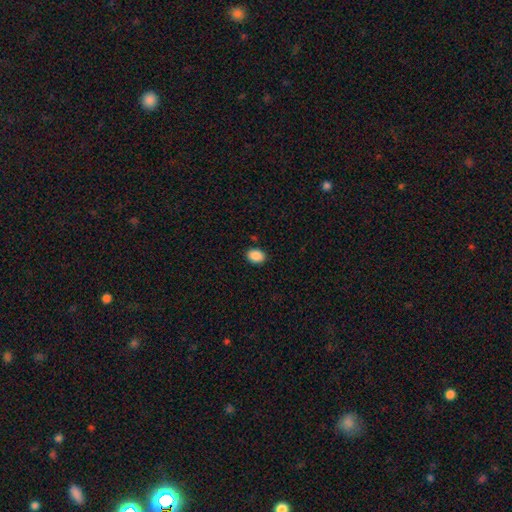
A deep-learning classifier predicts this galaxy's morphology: Smooth or featured?
  - smooth: 89% *
  - star or artifact: 8%
  - featured or disk: 3%
How rounded?
  - in between: 68% *
  - round: 31%
  - cigar-shaped: 1%
Merging?
  - none: 88% *
  - minor disturbance: 8%
  - major disturbance: 2%
  - merger: 1%